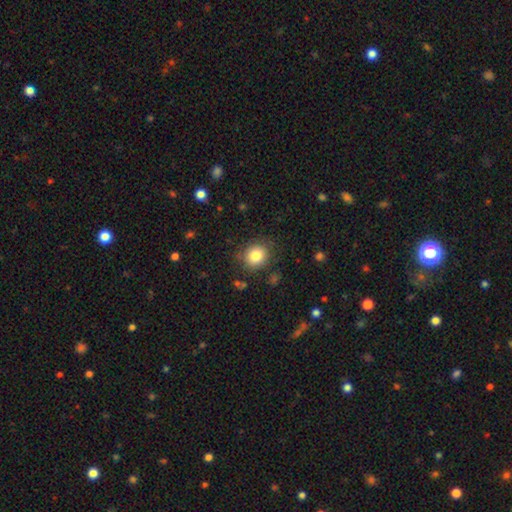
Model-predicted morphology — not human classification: type=smooth (82%); roundness=round (76%); merging=none (84%).